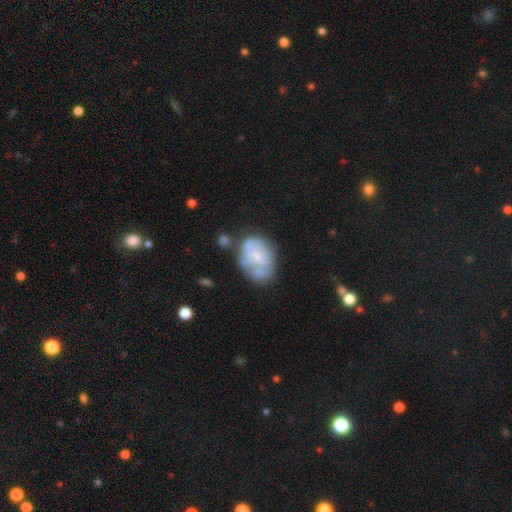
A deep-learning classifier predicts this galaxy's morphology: A featured or disk galaxy (49%).

Vote fractions:
- Smooth or featured? featured or disk: 49% / smooth: 43% / star or artifact: 8%
- Merging? none: 41% / minor disturbance: 28% / merger: 16% / major disturbance: 14%